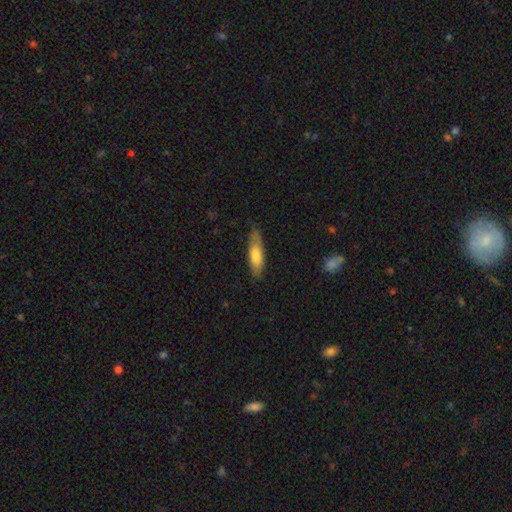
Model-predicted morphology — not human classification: The model was most divided on "how rounded": cigar-shaped: 63%, in between: 35%, round: 2%. More confident: merging — none (76%); smooth or featured — smooth (72%).